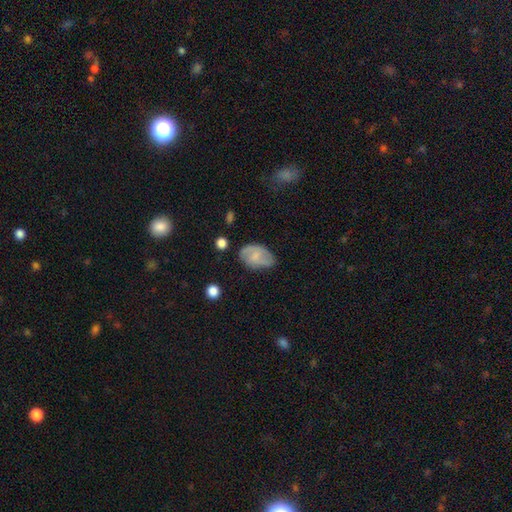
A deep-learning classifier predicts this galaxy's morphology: Smooth or featured: smooth — 52% (featured or disk — 40%)
How rounded: in between — 86% (round — 12%)
Merging: none — 62% (minor disturbance — 27%)